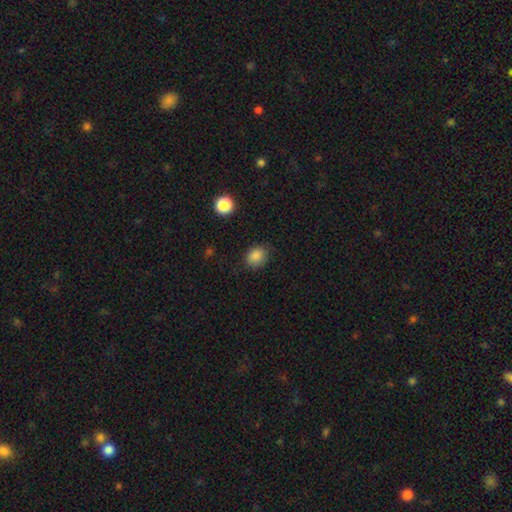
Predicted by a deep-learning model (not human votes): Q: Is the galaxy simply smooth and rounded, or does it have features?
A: smooth — 86%.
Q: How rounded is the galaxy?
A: round — 57%.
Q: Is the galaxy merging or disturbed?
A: none — 80%.